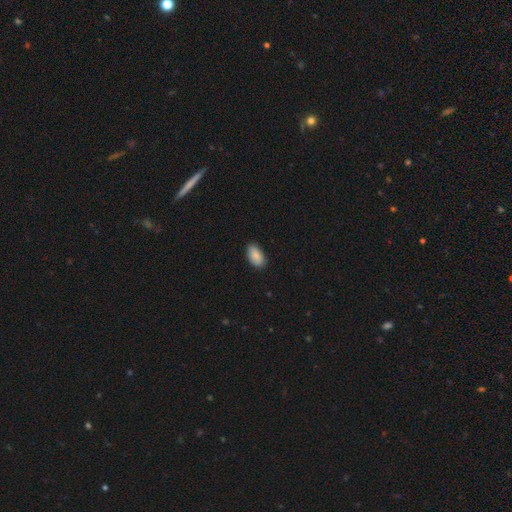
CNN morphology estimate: smooth 87%, featured or disk 7%, star or artifact 6%. Down the decision tree: how rounded — in between (94%); merging — none (85%).